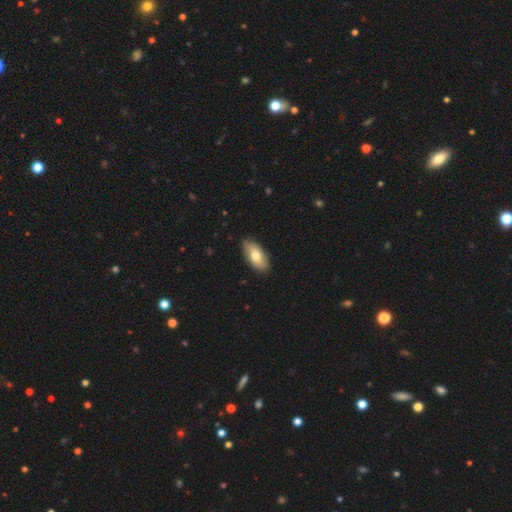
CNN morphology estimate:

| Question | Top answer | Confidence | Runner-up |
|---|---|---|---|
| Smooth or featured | smooth | 72% | featured or disk (22%) |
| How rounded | in between | 90% | cigar-shaped (7%) |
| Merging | none | 87% | minor disturbance (10%) |